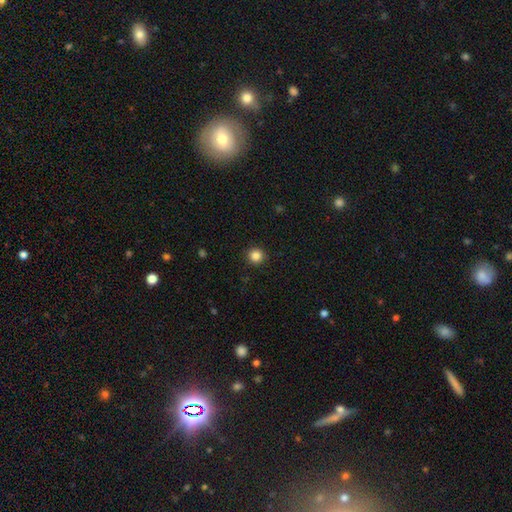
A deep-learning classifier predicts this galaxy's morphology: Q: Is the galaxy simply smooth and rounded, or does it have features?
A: smooth — 85%.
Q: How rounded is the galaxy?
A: round — 95%.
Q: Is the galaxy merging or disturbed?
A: none — 92%.